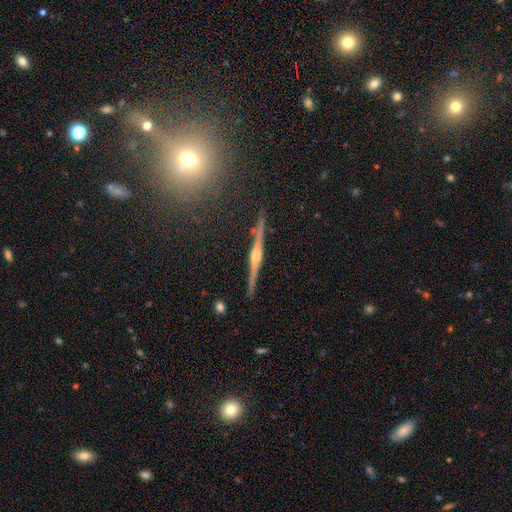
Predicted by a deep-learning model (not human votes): Q: Smooth or featured?
A: featured or disk (75%); runner-up: smooth (13%)
Q: Edge-on disk?
A: yes (97%); runner-up: no (3%)
Q: Edge-on bulge?
A: rounded (73%); runner-up: boxy (17%)
Q: Merging?
A: none (87%); runner-up: minor disturbance (9%)